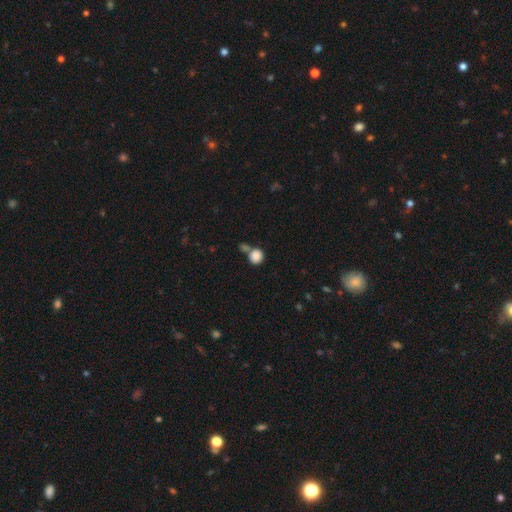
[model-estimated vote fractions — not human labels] A smooth galaxy with no disk features (86%) that is round (88%). Merging: none (52%).